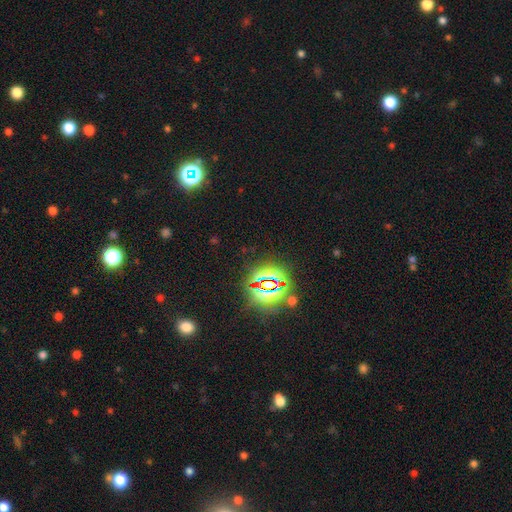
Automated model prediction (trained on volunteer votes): Smooth or featured?
  - star or artifact: 82% *
  - smooth: 11%
  - featured or disk: 7%